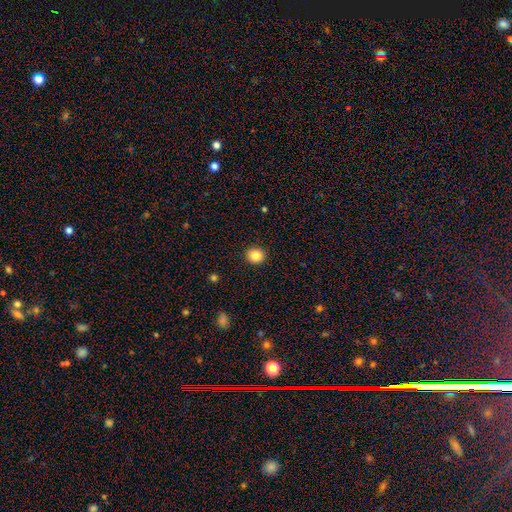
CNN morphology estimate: smooth_or_featured: smooth (p=0.85) [alt: star or artifact p=0.10]
how_rounded: round (p=0.88) [alt: in between p=0.11]
merging: none (p=0.92) [alt: minor disturbance p=0.05]